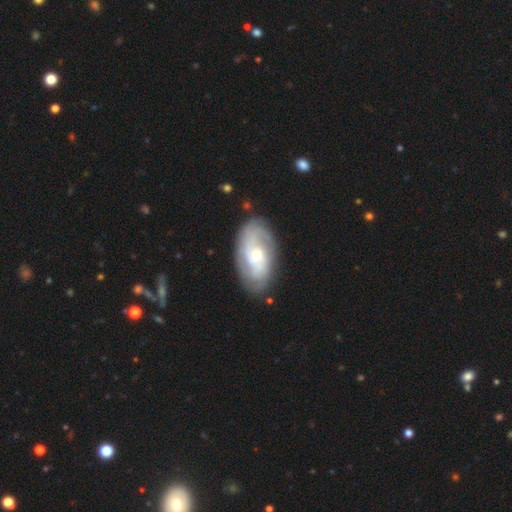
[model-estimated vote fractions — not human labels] Smooth or featured: featured or disk — 73% (smooth — 21%)
Edge-on disk: no — 95% (yes — 5%)
Bar: no — 58% (weak — 35%)
Spiral arms: yes — 89% (no — 11%)
Spiral winding: tight — 52% (medium — 34%)
Spiral arm count: can't tell — 39% (2 — 36%)
Bulge size: small — 45% (moderate — 43%)
Merging: none — 76% (minor disturbance — 16%)